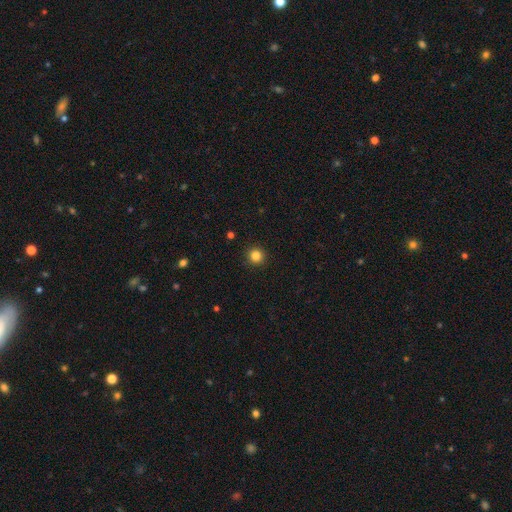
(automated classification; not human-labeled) Overall: smooth (84%). How rounded: round (95%). Merging: none (93%).